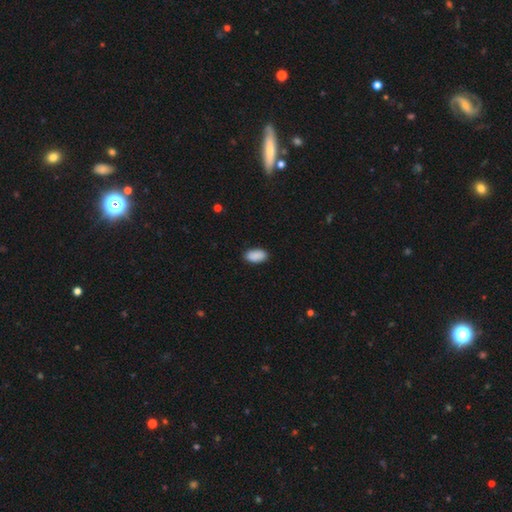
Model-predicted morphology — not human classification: Smooth or featured?
  - smooth: 90% *
  - star or artifact: 7%
  - featured or disk: 3%
How rounded?
  - in between: 94% *
  - round: 3%
  - cigar-shaped: 3%
Merging?
  - none: 86% *
  - minor disturbance: 10%
  - major disturbance: 2%
  - merger: 1%